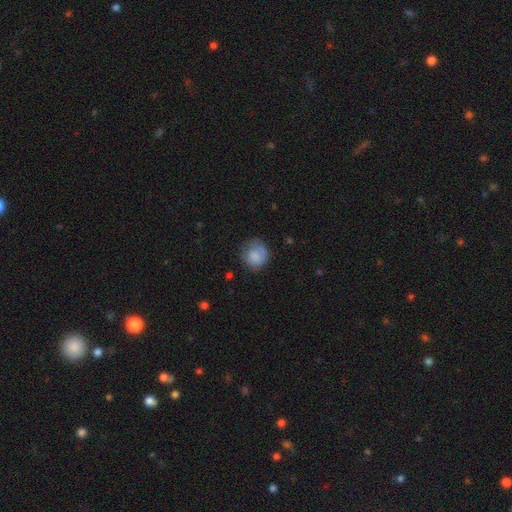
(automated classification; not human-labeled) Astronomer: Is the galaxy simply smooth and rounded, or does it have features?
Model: smooth — 76%.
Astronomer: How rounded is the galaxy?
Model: round — 82%.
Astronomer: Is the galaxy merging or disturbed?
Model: none — 58%.